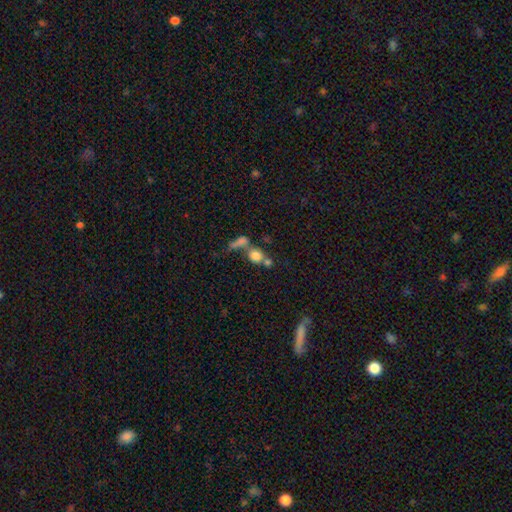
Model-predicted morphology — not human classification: Smooth or featured? Predicted: smooth (p=0.74). How rounded? Predicted: round (p=0.76). Merging? Predicted: merger (p=0.48).